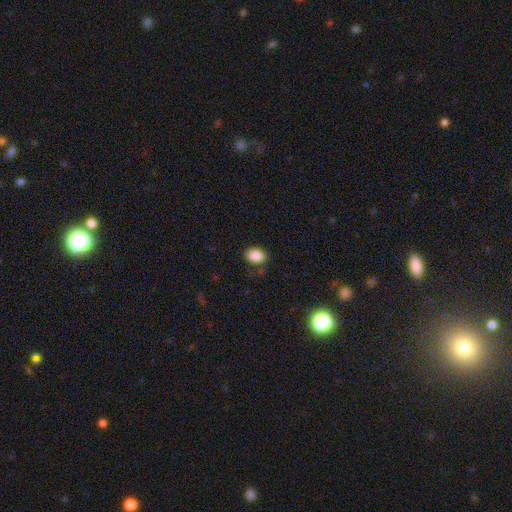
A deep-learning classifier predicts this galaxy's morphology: smooth 88%, star or artifact 8%, featured or disk 4%. Down the decision tree: how rounded — in between (73%); merging — none (82%).